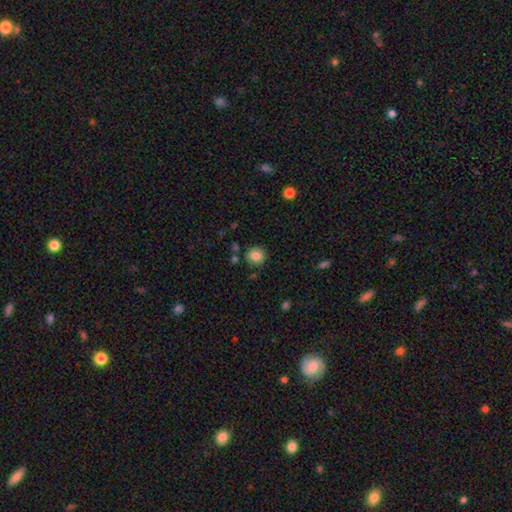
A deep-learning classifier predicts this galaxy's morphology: A smooth galaxy with no disk features (83%) that is round (86%).

Vote fractions:
- Smooth or featured? smooth: 83% / star or artifact: 10% / featured or disk: 7%
- How rounded? round: 86% / in between: 13% / cigar-shaped: 1%
- Merging? none: 84% / minor disturbance: 10% / merger: 4% / major disturbance: 3%